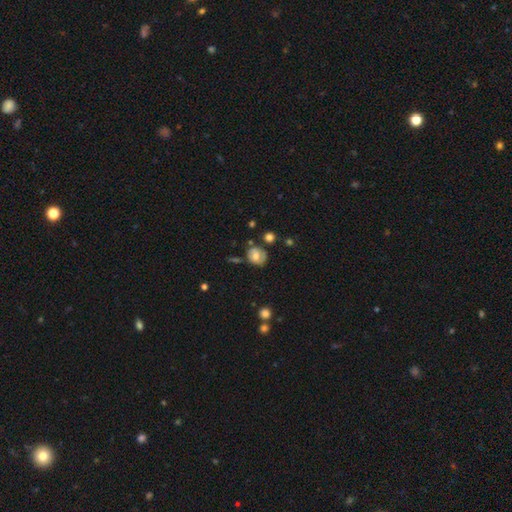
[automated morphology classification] This is possibly a smooth galaxy (55%). How rounded: likely round (68%). Merging: likely none (61%).